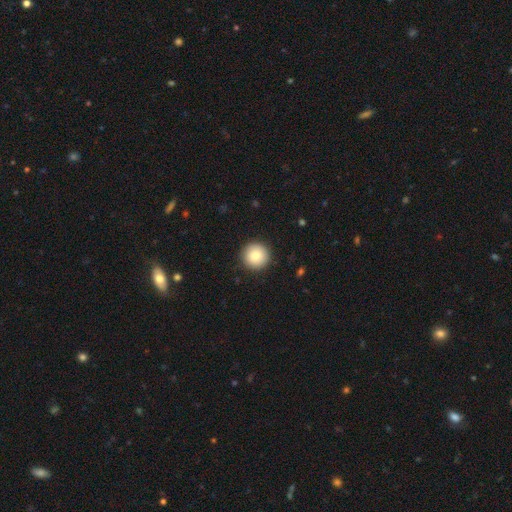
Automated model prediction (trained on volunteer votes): Q: Smooth or featured?
A: smooth (83%); runner-up: star or artifact (8%)
Q: How rounded?
A: round (96%); runner-up: in between (3%)
Q: Merging?
A: none (92%); runner-up: minor disturbance (5%)